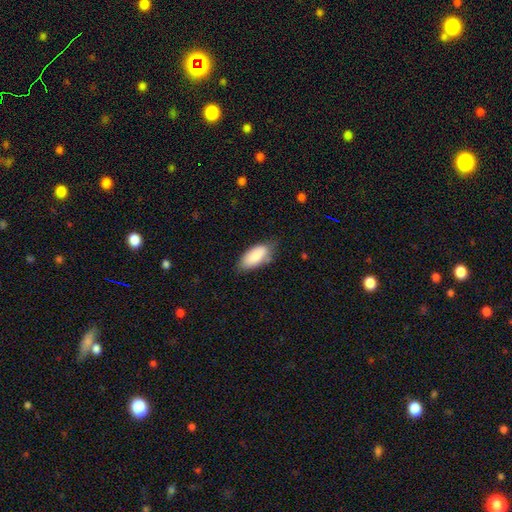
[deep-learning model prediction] This appears to be a smooth galaxy with no disk features (84%) that is in between round and cigar-shaped (90%). Merging: none (65%).